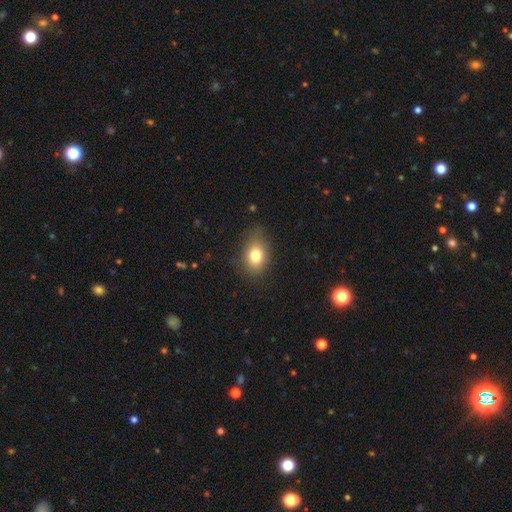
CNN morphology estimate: Overall: smooth (78%). How rounded: in between (68%; round 30%). Merging: none (77%).